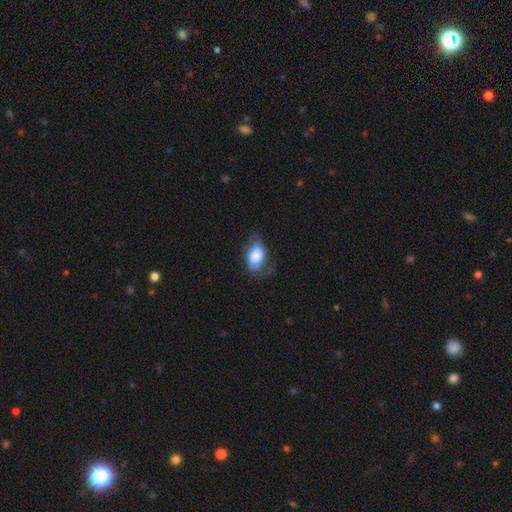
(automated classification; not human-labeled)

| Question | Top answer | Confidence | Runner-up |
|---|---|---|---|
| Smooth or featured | smooth | 74% | featured or disk (19%) |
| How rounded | in between | 88% | round (8%) |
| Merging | none | 51% | minor disturbance (33%) |